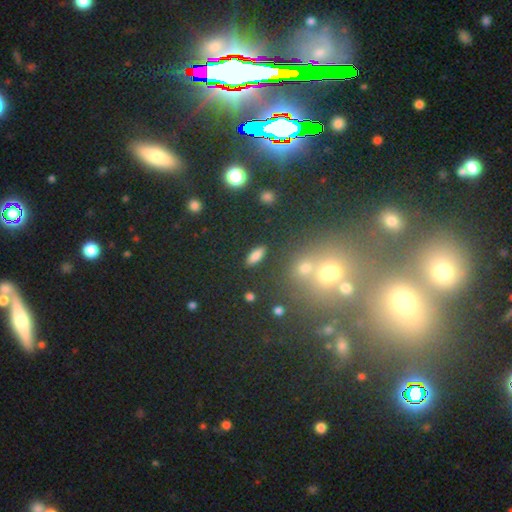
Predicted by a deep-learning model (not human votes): Smooth or featured? smooth (81%)
How rounded? in between (67%)
Merging? none (88%)